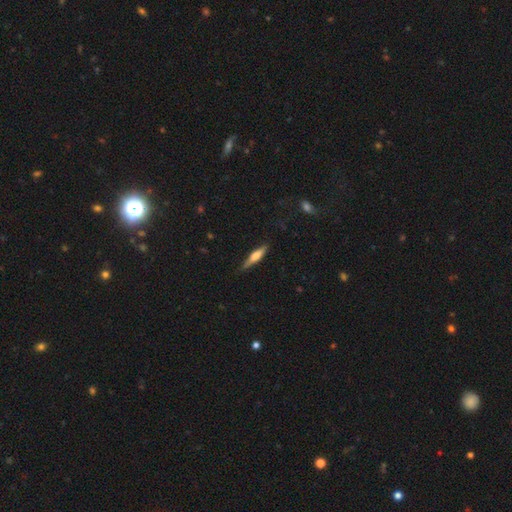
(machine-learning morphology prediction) This appears to be a smooth galaxy with no disk features (51%) that is cigar-shaped (81%). Merging: none (80%).